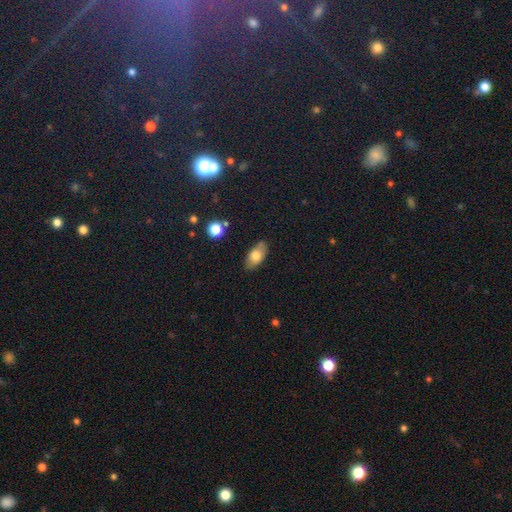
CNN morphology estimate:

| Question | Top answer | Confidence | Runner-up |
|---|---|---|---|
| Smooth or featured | smooth | 73% | featured or disk (19%) |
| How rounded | in between | 90% | cigar-shaped (5%) |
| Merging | none | 79% | minor disturbance (16%) |